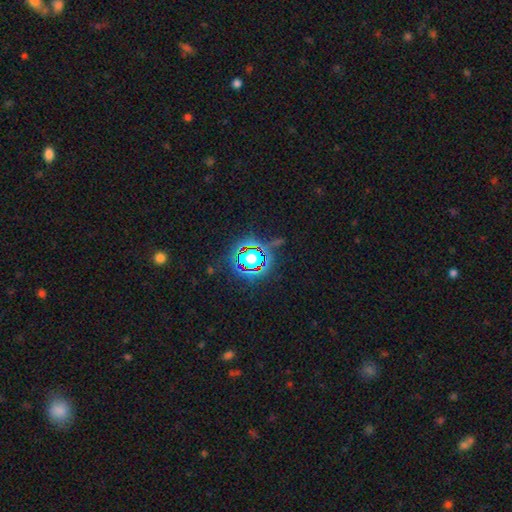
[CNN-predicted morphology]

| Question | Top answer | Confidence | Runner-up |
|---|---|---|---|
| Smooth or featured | star or artifact | 81% | smooth (11%) |